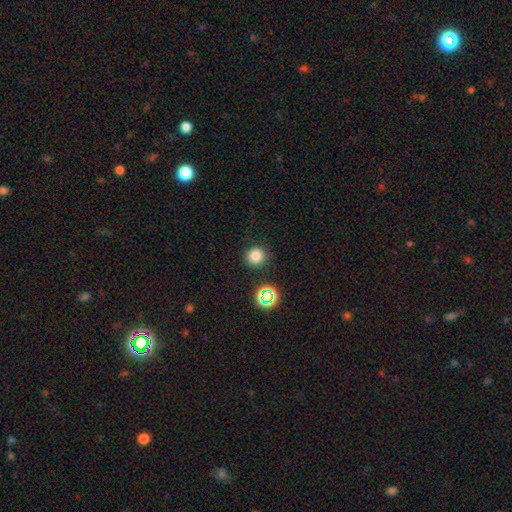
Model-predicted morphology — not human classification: The model was most divided on "smooth or featured": smooth: 78%, star or artifact: 17%, featured or disk: 5%. More confident: how rounded — round (93%); merging — none (87%).